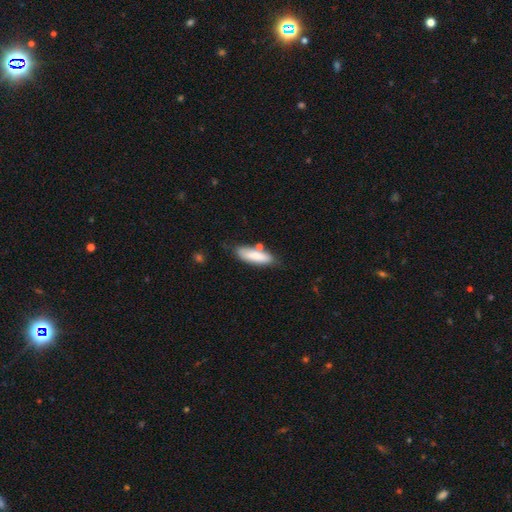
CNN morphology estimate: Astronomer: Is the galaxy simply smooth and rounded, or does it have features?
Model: smooth — 81%.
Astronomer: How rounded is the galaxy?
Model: cigar-shaped — 55% (runner-up: in between, 44%).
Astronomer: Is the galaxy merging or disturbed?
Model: none — 70%.